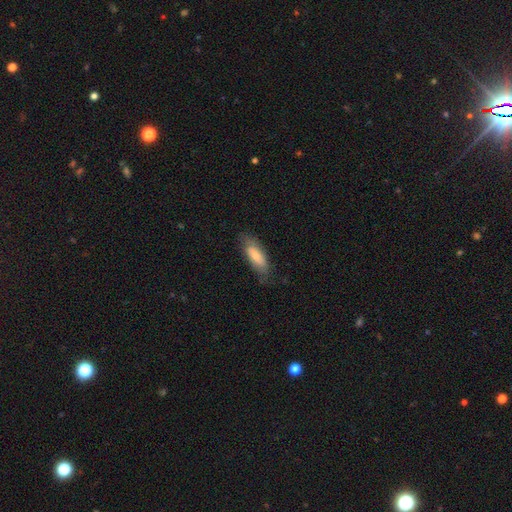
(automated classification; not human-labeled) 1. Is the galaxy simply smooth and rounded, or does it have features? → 67% smooth, 27% featured or disk, 6% star or artifact.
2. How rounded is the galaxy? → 69% in between, 29% cigar-shaped, 2% round.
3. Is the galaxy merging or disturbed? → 69% none, 23% minor disturbance, 7% major disturbance, 1% merger.